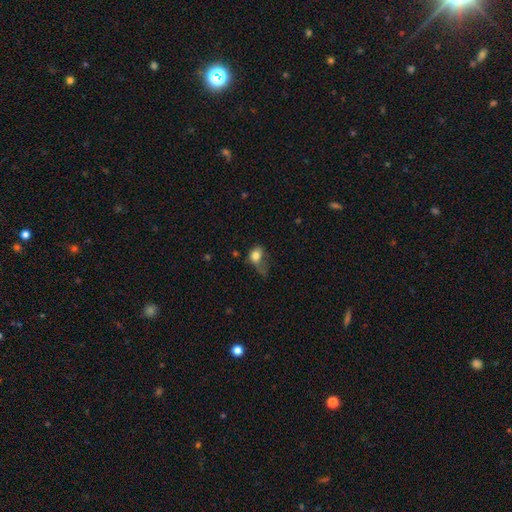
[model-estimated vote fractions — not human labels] A smooth galaxy with no disk features (75%) that is in between round and cigar-shaped (60%). Merging: major disturbance (52%).